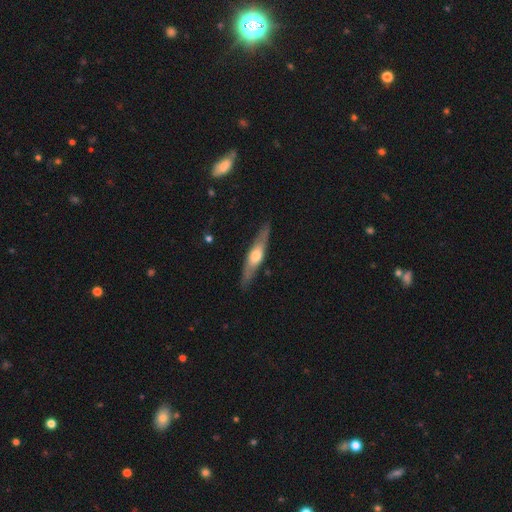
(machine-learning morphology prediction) Smooth or featured? featured or disk (59%)
Edge-on disk? yes (88%)
Edge-on bulge? rounded (88%)
Merging? none (86%)